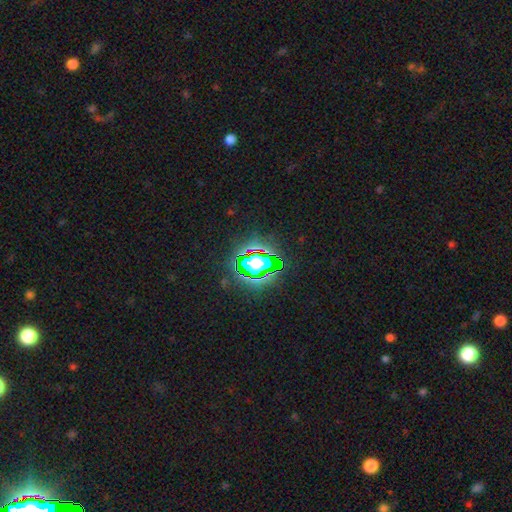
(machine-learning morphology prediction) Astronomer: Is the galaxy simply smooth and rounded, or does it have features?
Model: star or artifact — 72%.